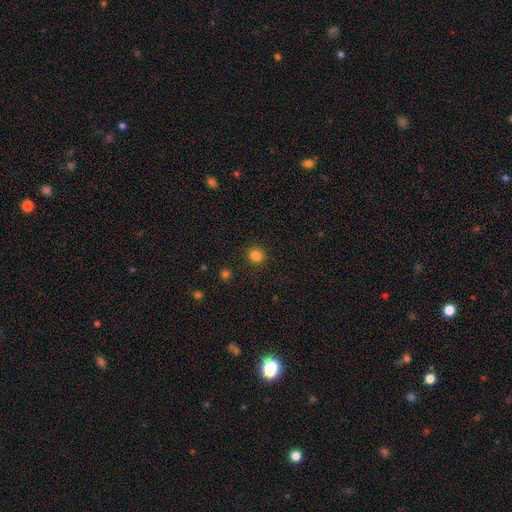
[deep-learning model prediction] Smooth or featured: smooth — 84% (star or artifact — 12%)
How rounded: round — 88% (in between — 11%)
Merging: none — 91% (minor disturbance — 6%)